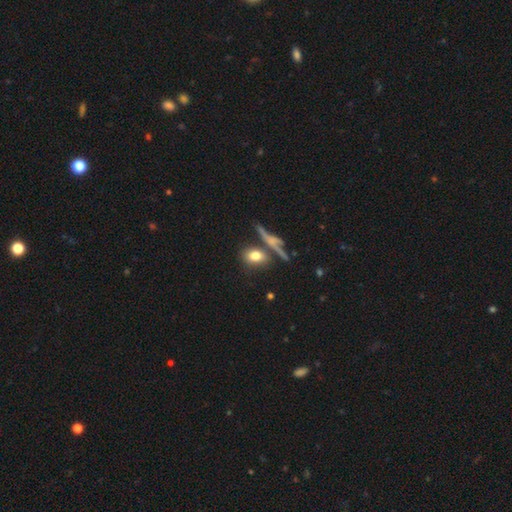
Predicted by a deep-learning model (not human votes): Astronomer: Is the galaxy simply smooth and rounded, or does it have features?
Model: smooth — 74%.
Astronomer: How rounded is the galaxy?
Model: in between — 69%.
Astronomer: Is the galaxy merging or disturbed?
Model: none — 64%.